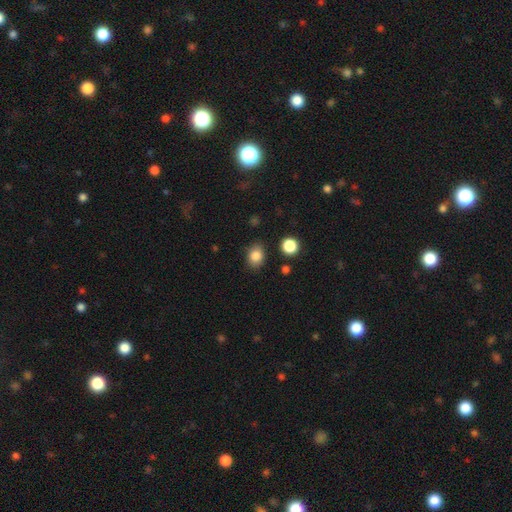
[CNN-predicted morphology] smooth_or_featured: smooth (p=0.85) [alt: star or artifact p=0.10]
how_rounded: in between (p=0.54) [alt: round p=0.45]
merging: none (p=0.83) [alt: minor disturbance p=0.12]